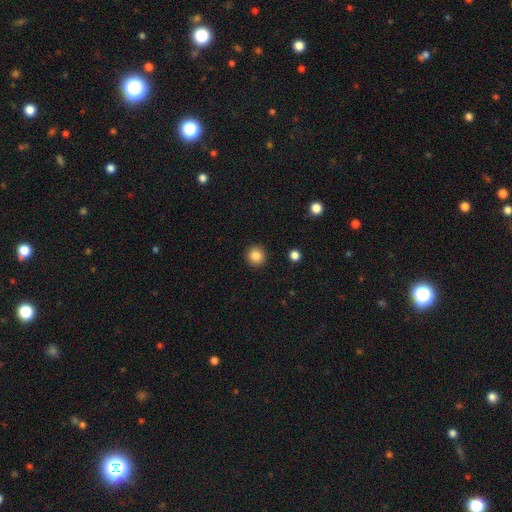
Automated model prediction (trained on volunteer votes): A smooth galaxy with no disk features (85%) that is round (94%).

Vote fractions:
- Smooth or featured? smooth: 85% / star or artifact: 10% / featured or disk: 4%
- How rounded? round: 94% / in between: 5% / cigar-shaped: 1%
- Merging? none: 92% / minor disturbance: 5% / major disturbance: 2% / merger: 1%